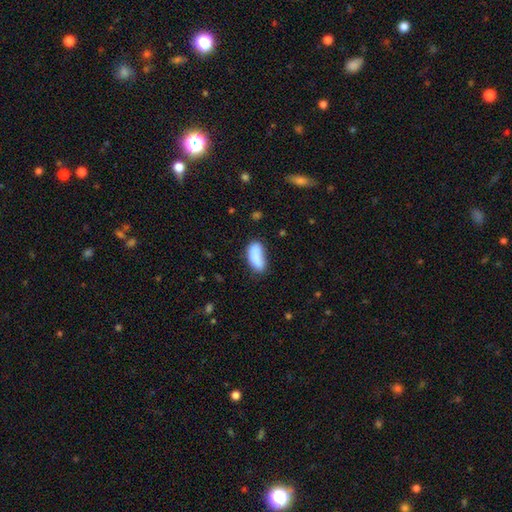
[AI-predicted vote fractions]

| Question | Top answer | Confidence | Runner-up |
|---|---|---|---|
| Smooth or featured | smooth | 82% | featured or disk (10%) |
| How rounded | in between | 85% | cigar-shaped (13%) |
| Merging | none | 55% | minor disturbance (25%) |